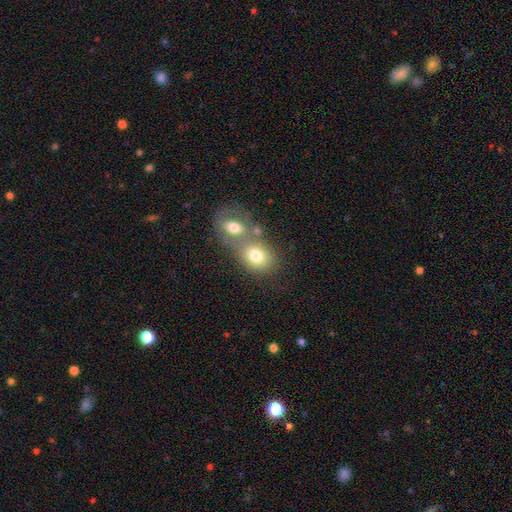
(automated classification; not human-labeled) Smooth or featured? Predicted: smooth (p=0.74). How rounded? Predicted: in between (p=0.54). Merging? Predicted: merger (p=0.54).